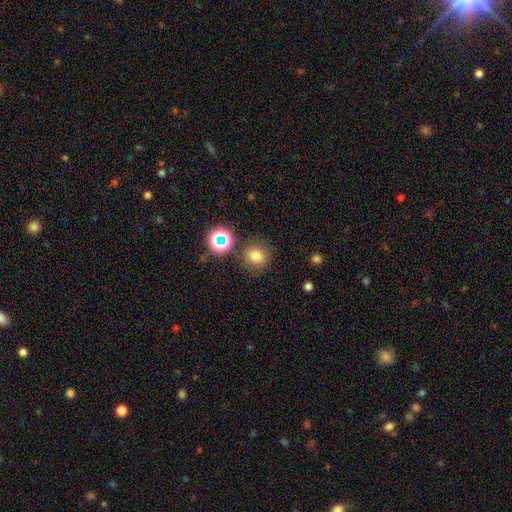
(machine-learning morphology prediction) Smooth or featured: smooth — 75% (star or artifact — 18%)
How rounded: round — 88% (in between — 11%)
Merging: none — 82% (minor disturbance — 9%)